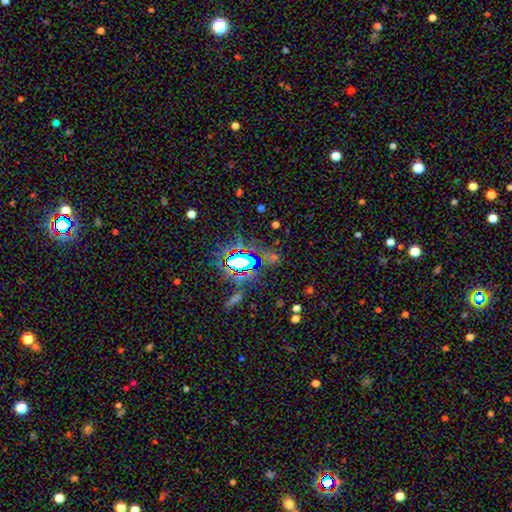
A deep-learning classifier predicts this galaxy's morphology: Q: Smooth or featured?
A: star or artifact (75%); runner-up: smooth (15%)